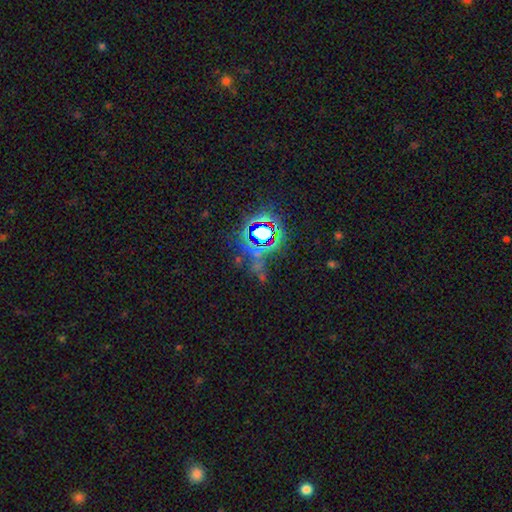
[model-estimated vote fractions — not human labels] A star or artifact, not a galaxy (74%).